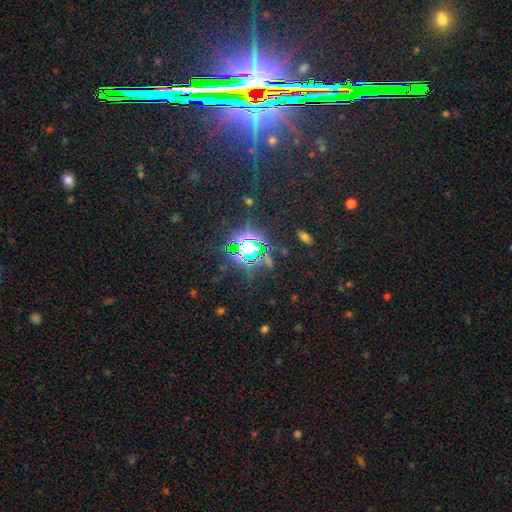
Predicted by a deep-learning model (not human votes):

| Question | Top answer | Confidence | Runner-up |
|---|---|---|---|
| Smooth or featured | star or artifact | 84% | smooth (9%) |